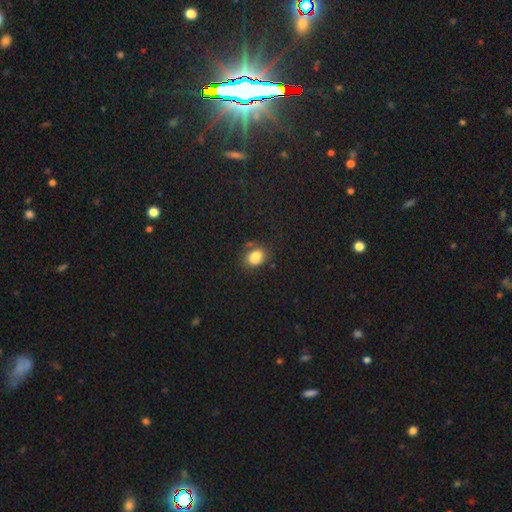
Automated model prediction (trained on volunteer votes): Smooth or featured: smooth — 75% (star or artifact — 13%)
How rounded: in between — 56% (round — 43%)
Merging: none — 61% (minor disturbance — 23%)